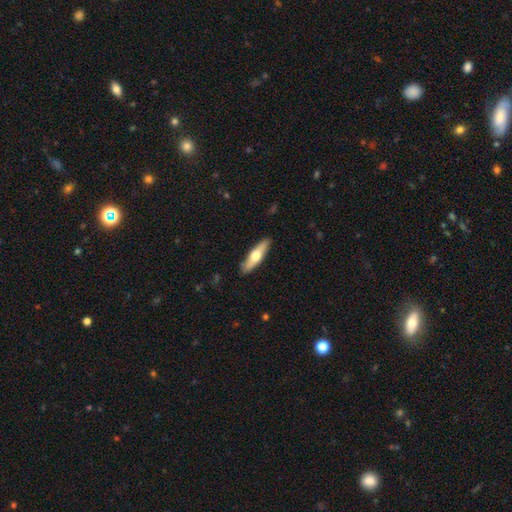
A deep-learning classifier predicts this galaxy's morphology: smooth-or-featured: smooth: 52% | featured or disk: 43% | star or artifact: 5%
  how-rounded: cigar-shaped: 68% | in between: 30% | round: 2%
  merging: none: 89% | minor disturbance: 8% | major disturbance: 2% | merger: 1%